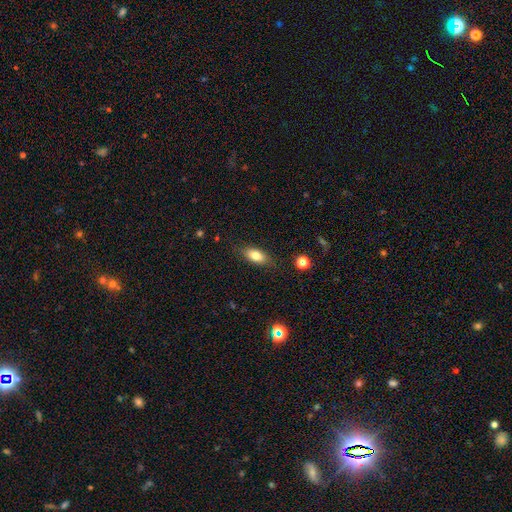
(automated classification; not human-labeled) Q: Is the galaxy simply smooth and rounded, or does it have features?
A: smooth — 80%.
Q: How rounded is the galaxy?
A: in between — 85%.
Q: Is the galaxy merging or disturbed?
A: none — 82%.